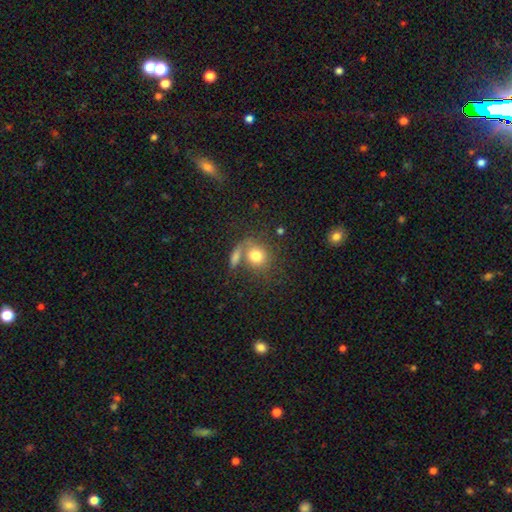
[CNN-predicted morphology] Smooth or featured? Predicted: smooth (p=0.76). How rounded? Predicted: round (p=0.75). Merging? Predicted: none (p=0.53).